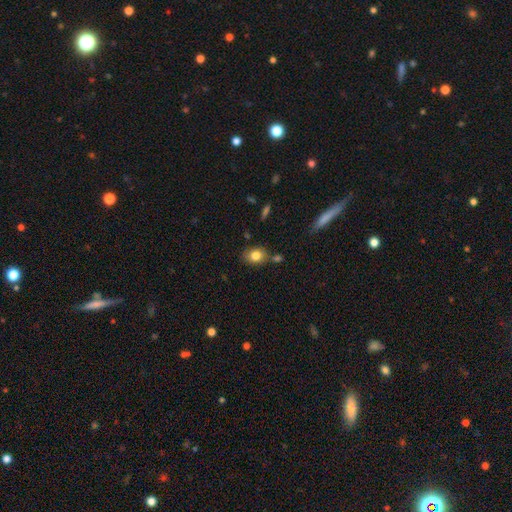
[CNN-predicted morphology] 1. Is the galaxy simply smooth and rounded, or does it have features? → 81% smooth, 10% featured or disk, 10% star or artifact.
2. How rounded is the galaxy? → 50% in between, 49% round, 1% cigar-shaped.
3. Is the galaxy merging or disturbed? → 74% none, 14% minor disturbance, 9% merger, 3% major disturbance.